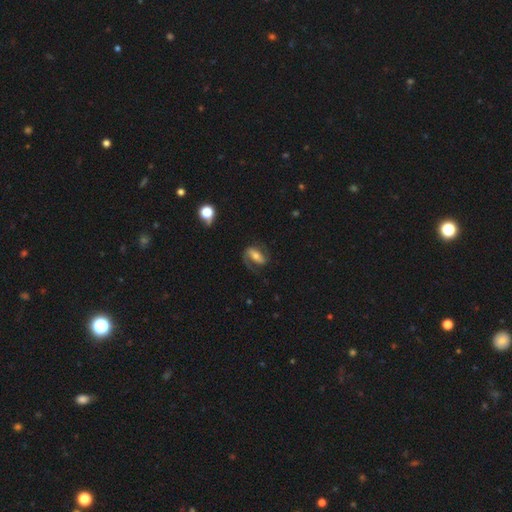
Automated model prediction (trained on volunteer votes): This is likely a featured or disk galaxy (77%). It is clearly not viewed edge-on (96%). Bar: possibly strong (48%). Spiral arm pattern: clearly yes (93%). Spiral arm count: clearly 2 (81%). Spiral winding: possibly medium (49%). Central bulge: possibly moderate (52%). Merging: likely none (69%).